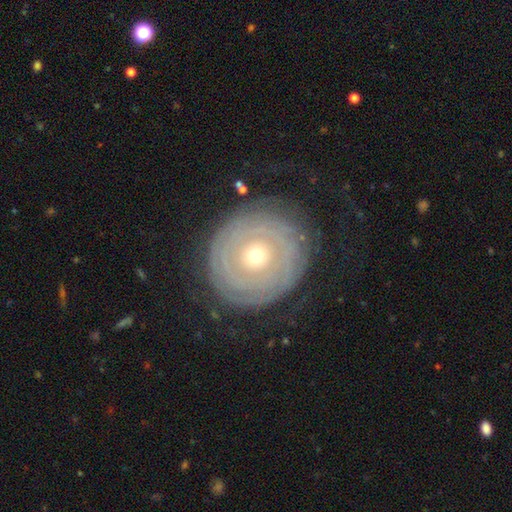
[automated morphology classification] This appears to be a featured or disk galaxy (78%) with no bar (86%), tight (90%) spiral arms (86%) and a small central bulge (58%). Merging: none (84%).